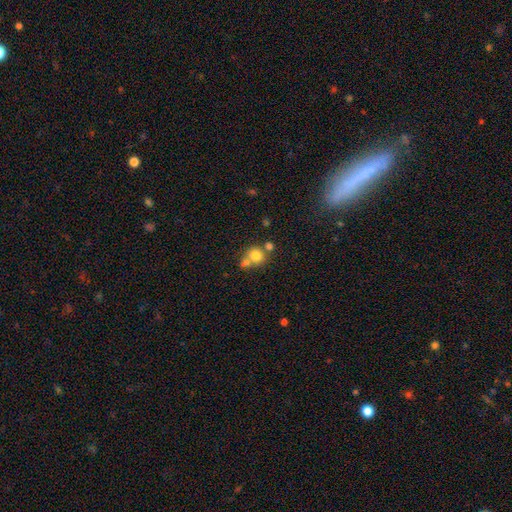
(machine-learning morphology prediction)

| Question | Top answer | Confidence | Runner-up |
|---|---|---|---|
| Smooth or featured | smooth | 77% | featured or disk (12%) |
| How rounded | round | 83% | in between (16%) |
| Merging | none | 46% | merger (40%) |